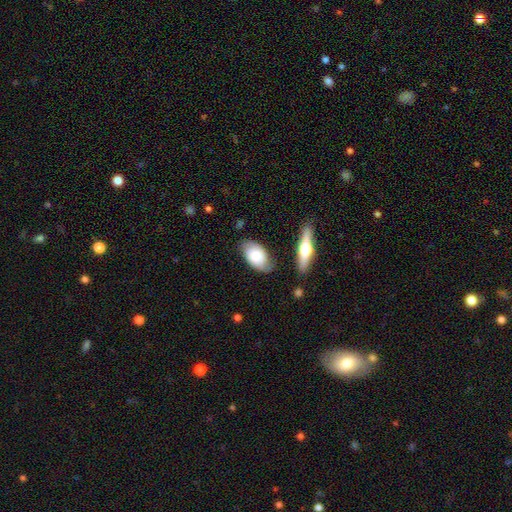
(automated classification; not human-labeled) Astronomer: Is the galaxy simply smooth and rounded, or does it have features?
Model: smooth — 60%.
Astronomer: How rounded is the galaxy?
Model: in between — 92%.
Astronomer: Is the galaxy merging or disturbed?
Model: none — 73%.